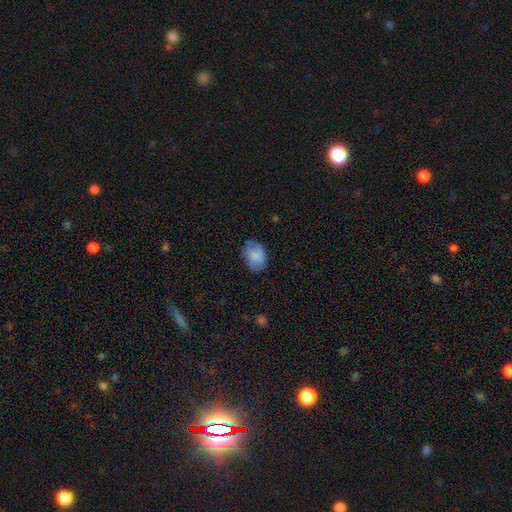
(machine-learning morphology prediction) The model was most divided on "merging": none: 70%, minor disturbance: 23%, major disturbance: 6%, merger: 1%. More confident: smooth or featured — smooth (77%); how rounded — in between (74%).